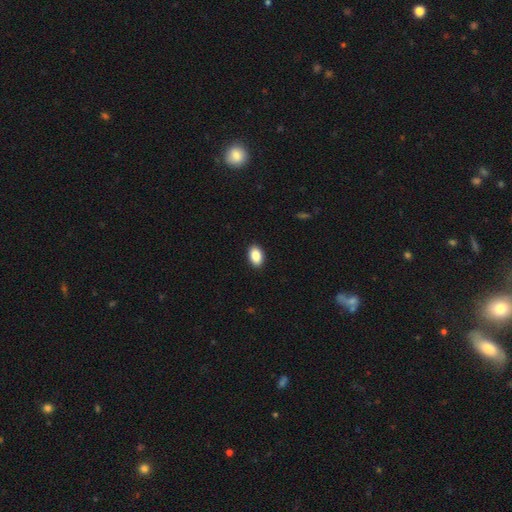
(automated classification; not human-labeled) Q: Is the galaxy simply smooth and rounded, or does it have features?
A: smooth — 89%.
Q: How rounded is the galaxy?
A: in between — 91%.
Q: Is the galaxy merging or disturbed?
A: none — 91%.